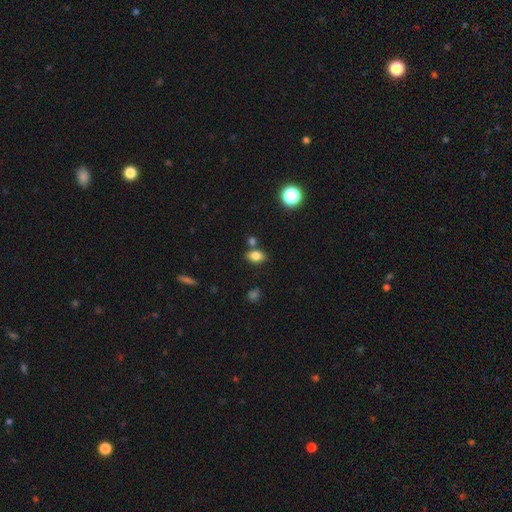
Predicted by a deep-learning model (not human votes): Smooth or featured: smooth — 81% (star or artifact — 11%)
How rounded: in between — 79% (round — 19%)
Merging: none — 71% (merger — 13%)